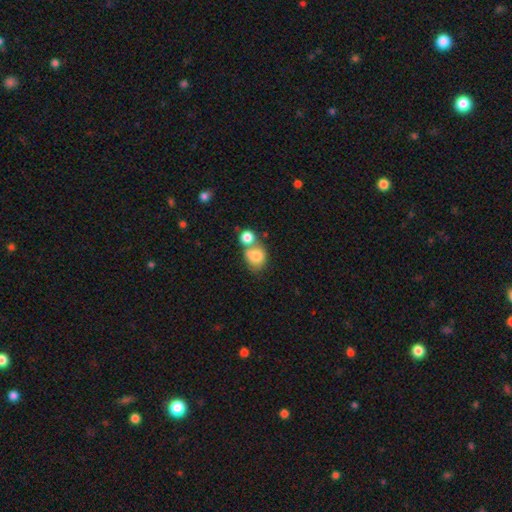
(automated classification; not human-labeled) smooth 80%, featured or disk 11%, star or artifact 9%. Down the decision tree: how rounded — round (58%); merging — merger (51%).